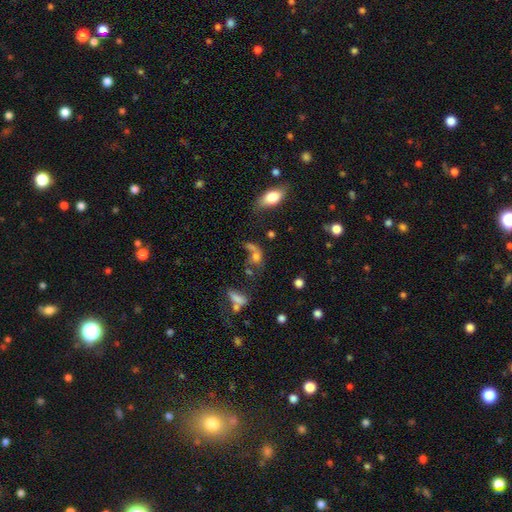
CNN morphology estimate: Smooth or featured: smooth — 57% (featured or disk — 24%)
How rounded: in between — 59% (round — 34%)
Merging: merger — 33% (none — 32%)